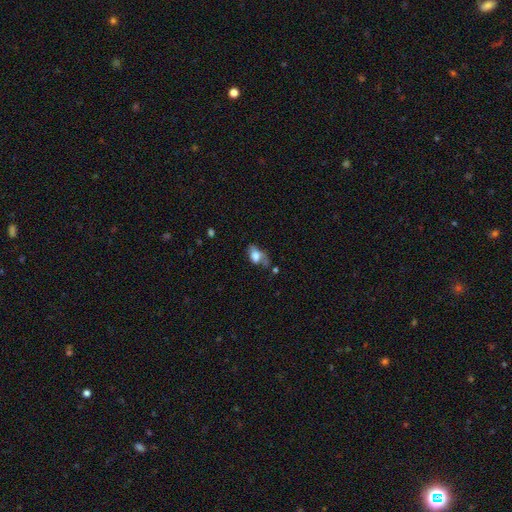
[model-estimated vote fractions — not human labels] smooth 65%, featured or disk 25%, star or artifact 10%. Down the decision tree: how rounded — in between (85%); merging — major disturbance (33%).